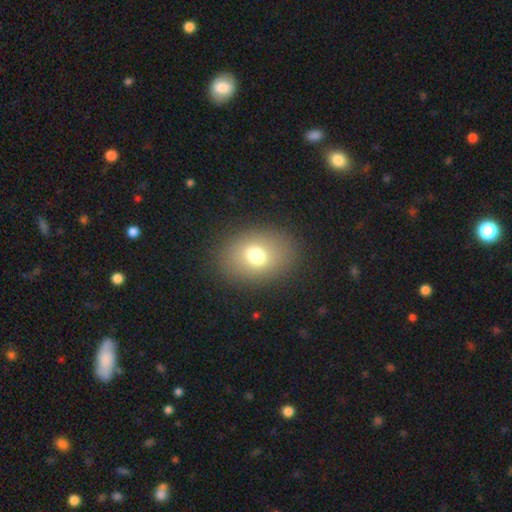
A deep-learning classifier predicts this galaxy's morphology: Smooth or featured? smooth (72%)
How rounded? in between (61%)
Merging? none (87%)